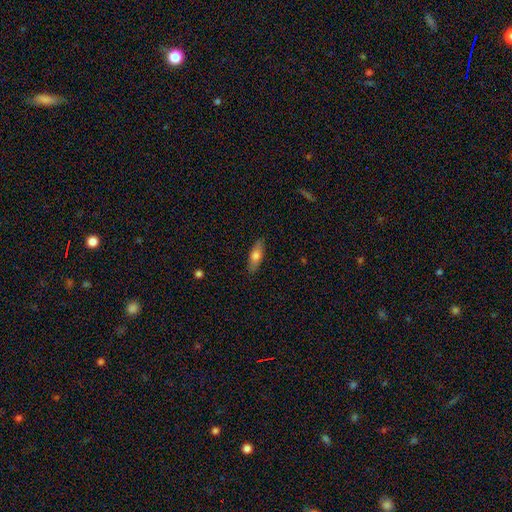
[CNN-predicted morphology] smooth-or-featured: smooth: 69% | featured or disk: 24% | star or artifact: 6%
  how-rounded: in between: 59% | cigar-shaped: 38% | round: 3%
  merging: none: 87% | minor disturbance: 10% | major disturbance: 2% | merger: 1%